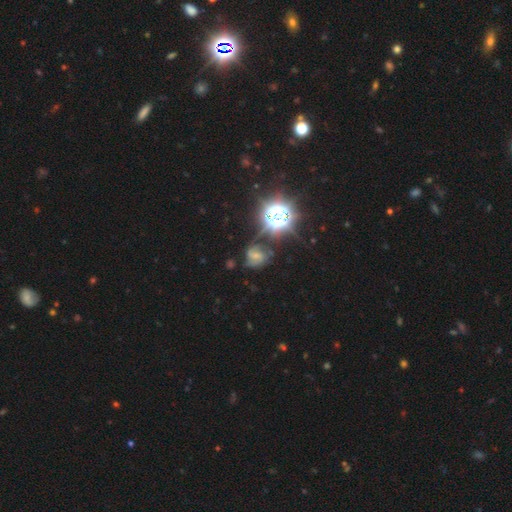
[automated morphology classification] Smooth or featured? Predicted: featured or disk (p=0.46). Merging? Predicted: none (p=0.56).